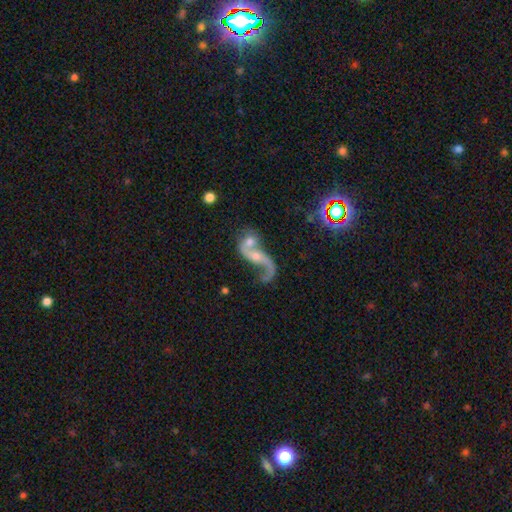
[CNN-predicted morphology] Smooth or featured?
  - featured or disk: 74% *
  - smooth: 18%
  - star or artifact: 8%
Edge-on disk?
  - no: 95% *
  - yes: 5%
Bar?
  - no: 60% *
  - weak: 30%
  - strong: 10%
Spiral arms?
  - yes: 80% *
  - no: 20%
Spiral winding?
  - loose: 87% *
  - medium: 11%
  - tight: 3%
Spiral arm count?
  - 2: 64% *
  - 1: 30%
  - can't tell: 3%
  - 3: 1%
  - 4: 1%
  - more than 4: 1%
Bulge size?
  - moderate: 44% *
  - small: 38%
  - none: 10%
  - large: 6%
  - dominant: 2%
Merging?
  - merger: 62% *
  - none: 18%
  - major disturbance: 13%
  - minor disturbance: 7%